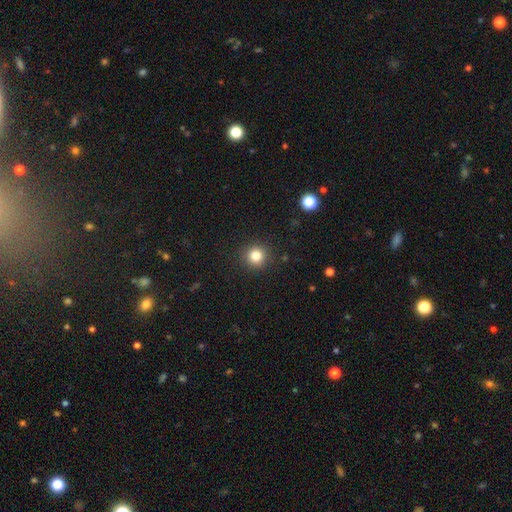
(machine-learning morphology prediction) Smooth or featured? smooth (82%)
How rounded? round (94%)
Merging? none (91%)